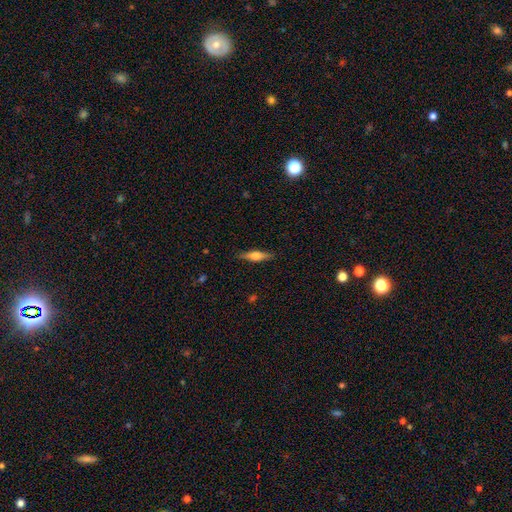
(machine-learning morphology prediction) A featured or disk galaxy (47%, tied with smooth).

Vote fractions:
- Smooth or featured? featured or disk: 47% (tied) / smooth: 47% (tied) / star or artifact: 6%
- Merging? none: 87% / minor disturbance: 9% / major disturbance: 2% / merger: 1%